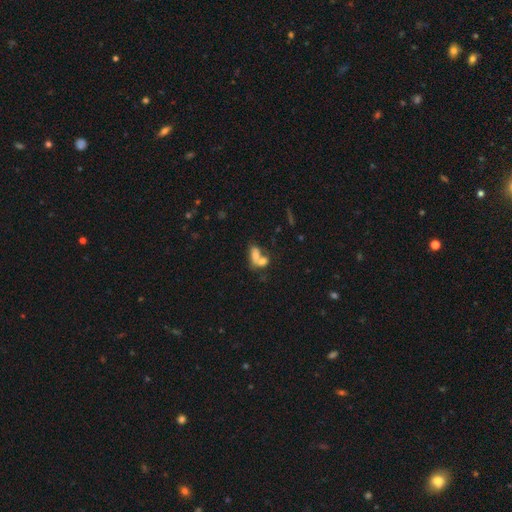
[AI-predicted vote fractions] A smooth galaxy with no disk features (67%) that is in between round and cigar-shaped (78%).

Vote fractions:
- Smooth or featured? smooth: 67% / featured or disk: 22% / star or artifact: 11%
- How rounded? in between: 78% / round: 18% / cigar-shaped: 4%
- Merging? merger: 68% / none: 19% / minor disturbance: 7% / major disturbance: 6%